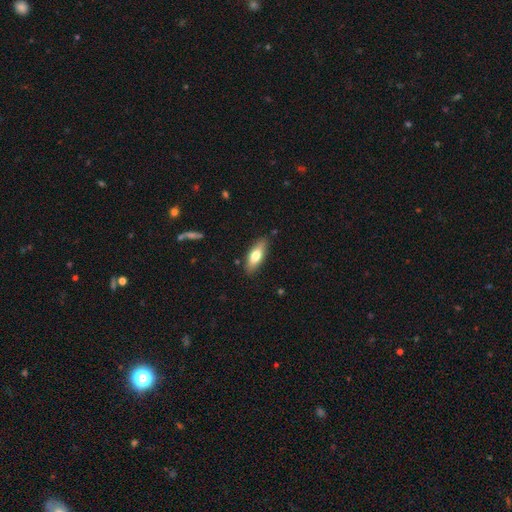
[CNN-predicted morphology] smooth_or_featured: smooth (p=0.68) [alt: featured or disk p=0.26]
how_rounded: in between (p=0.63) [alt: cigar-shaped p=0.35]
merging: none (p=0.85) [alt: minor disturbance p=0.11]